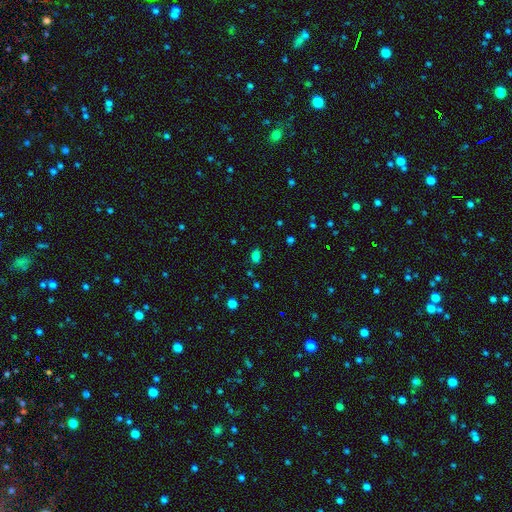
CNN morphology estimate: A smooth galaxy with no disk features (77%) that is in between round and cigar-shaped (81%).

Vote fractions:
- Smooth or featured? smooth: 77% / star or artifact: 18% / featured or disk: 6%
- How rounded? in between: 81% / round: 17% / cigar-shaped: 2%
- Merging? none: 82% / minor disturbance: 12% / major disturbance: 3% / merger: 3%